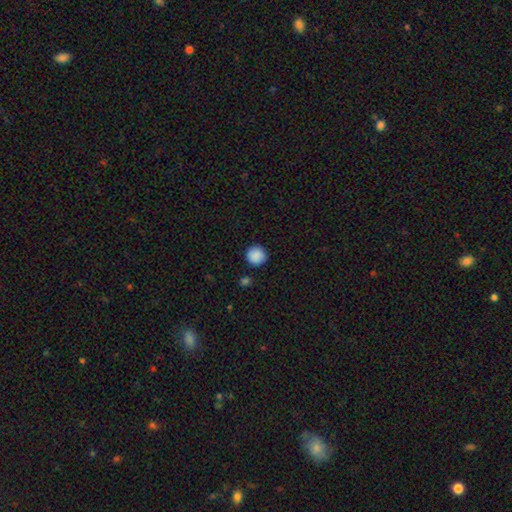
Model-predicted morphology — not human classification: A smooth galaxy with no disk features (89%) that is round (95%). Merging: none (90%).